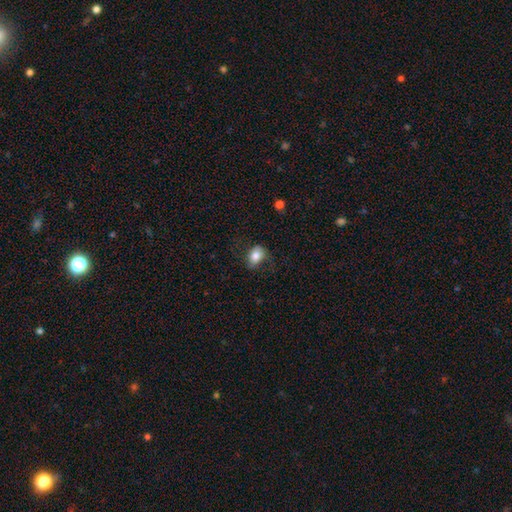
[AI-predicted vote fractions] smooth 79%, featured or disk 13%, star or artifact 8%. Down the decision tree: how rounded — in between (78%); merging — none (67%).